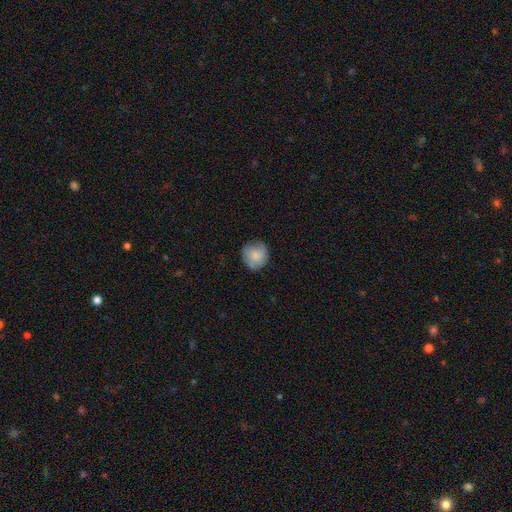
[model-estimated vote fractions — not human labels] A smooth galaxy with no disk features (73%) that is round (89%). Merging: none (75%).